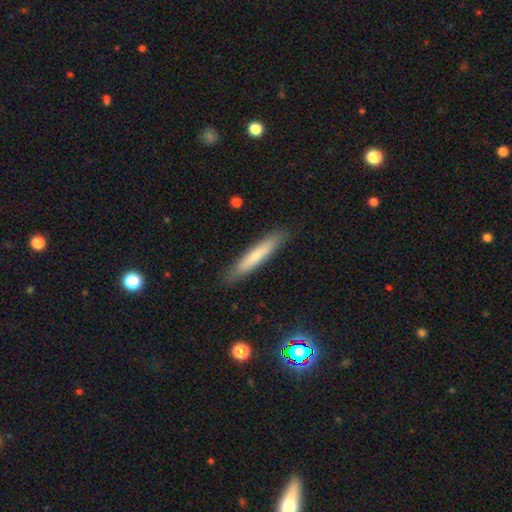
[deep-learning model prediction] smooth 69%, featured or disk 25%, star or artifact 6%. Down the decision tree: how rounded — cigar-shaped (92%); merging — none (89%).